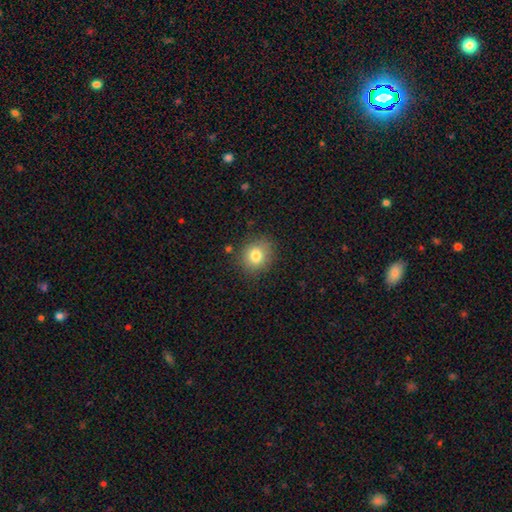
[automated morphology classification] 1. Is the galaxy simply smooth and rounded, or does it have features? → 80% smooth, 11% star or artifact, 10% featured or disk.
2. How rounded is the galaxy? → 76% round, 23% in between, 1% cigar-shaped.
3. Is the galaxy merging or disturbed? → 84% none, 11% minor disturbance, 3% major disturbance, 2% merger.